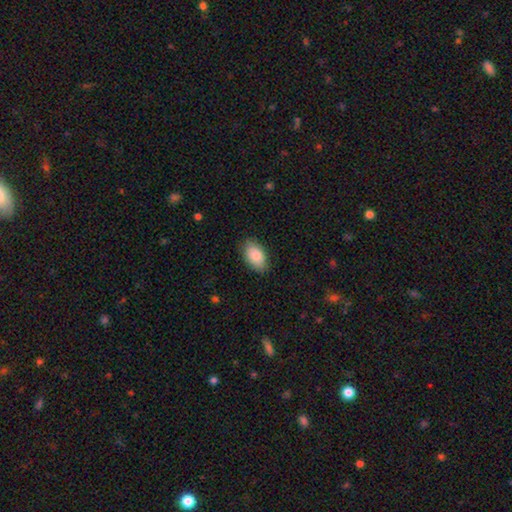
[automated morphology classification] A smooth galaxy with no disk features (86%) that is in between round and cigar-shaped (93%).

Vote fractions:
- Smooth or featured? smooth: 86% / featured or disk: 8% / star or artifact: 6%
- How rounded? in between: 93% / round: 6% / cigar-shaped: 2%
- Merging? none: 83% / minor disturbance: 13% / major disturbance: 3% / merger: 1%